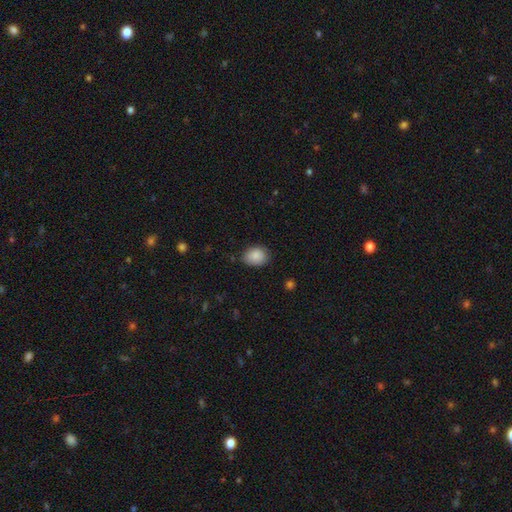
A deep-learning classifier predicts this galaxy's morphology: Overall: smooth (87%). How rounded: in between (57%; round 42%). Merging: none (75%).